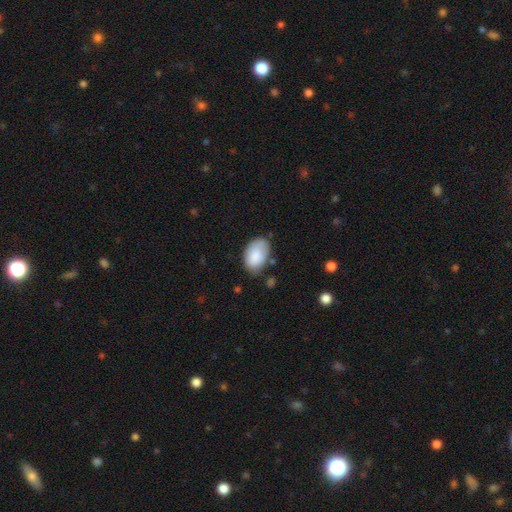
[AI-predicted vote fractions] A smooth galaxy with no disk features (84%) that is in between round and cigar-shaped (90%). Merging: none (61%).